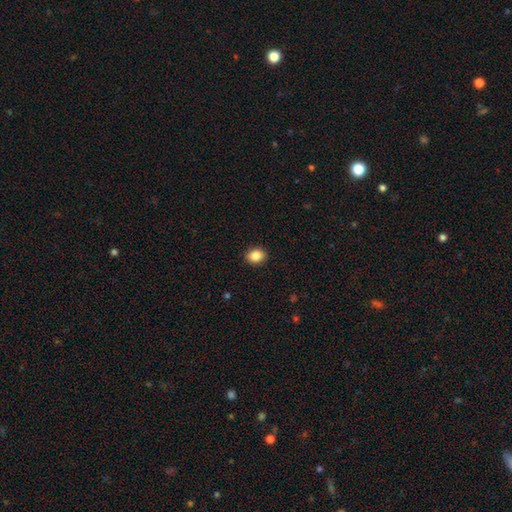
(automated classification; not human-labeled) Smooth or featured?
  - smooth: 87% *
  - star or artifact: 9%
  - featured or disk: 4%
How rounded?
  - in between: 55% *
  - round: 44%
  - cigar-shaped: 1%
Merging?
  - none: 90% *
  - minor disturbance: 7%
  - major disturbance: 2%
  - merger: 1%